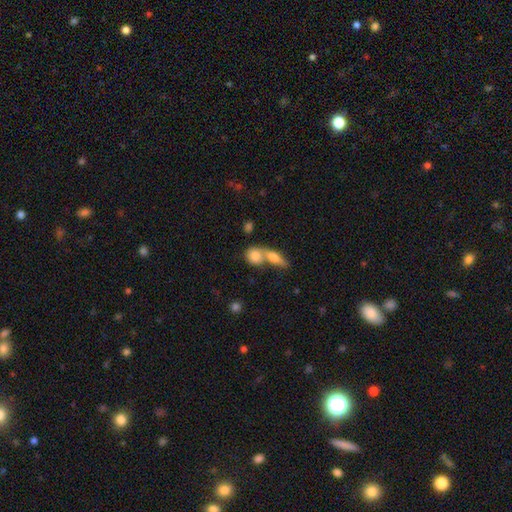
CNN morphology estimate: smooth 78%, featured or disk 14%, star or artifact 7%. Down the decision tree: how rounded — round (54%); merging — merger (58%).